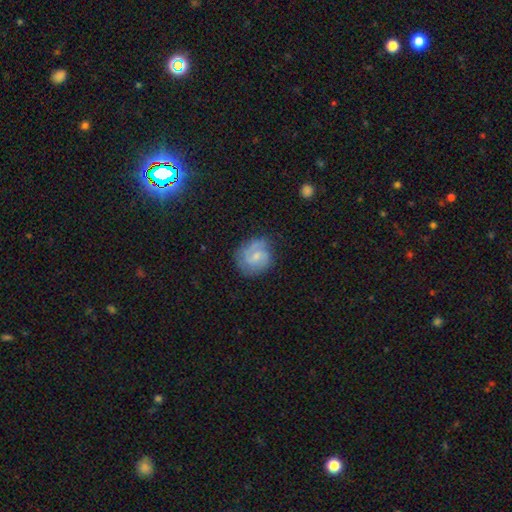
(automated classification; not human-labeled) Smooth or featured? featured or disk (52%)
Edge-on disk? no (98%)
Bar? no (47%)
Spiral arms? yes (84%)
Bulge size? small (53%)
Merging? none (67%)